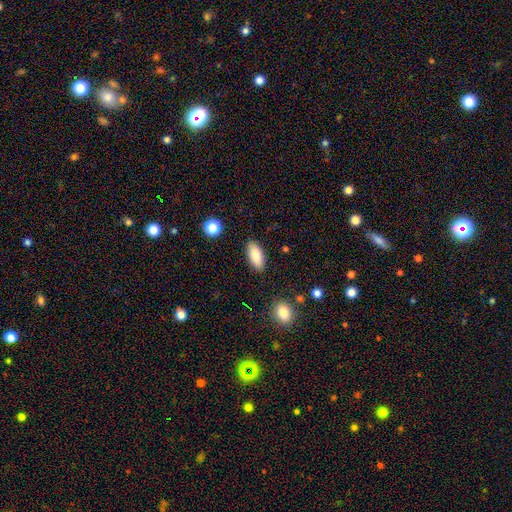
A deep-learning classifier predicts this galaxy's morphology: This is clearly a smooth galaxy (85%). How rounded: clearly in between (85%). Merging: clearly none (86%).